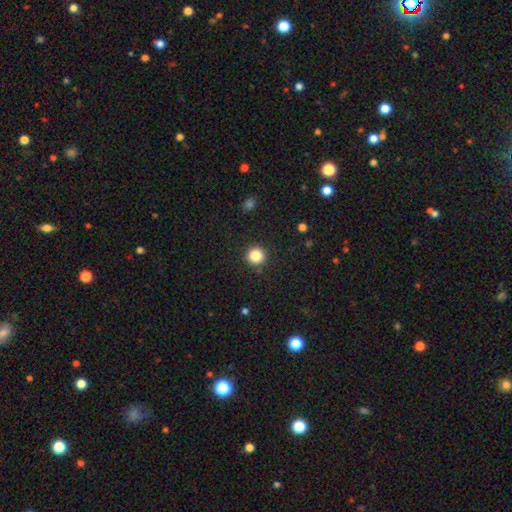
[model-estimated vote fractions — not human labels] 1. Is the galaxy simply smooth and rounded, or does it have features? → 85% smooth, 11% star or artifact, 4% featured or disk.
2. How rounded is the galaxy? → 94% round, 5% in between, 1% cigar-shaped.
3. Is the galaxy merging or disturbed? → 92% none, 5% minor disturbance, 2% major disturbance, 1% merger.